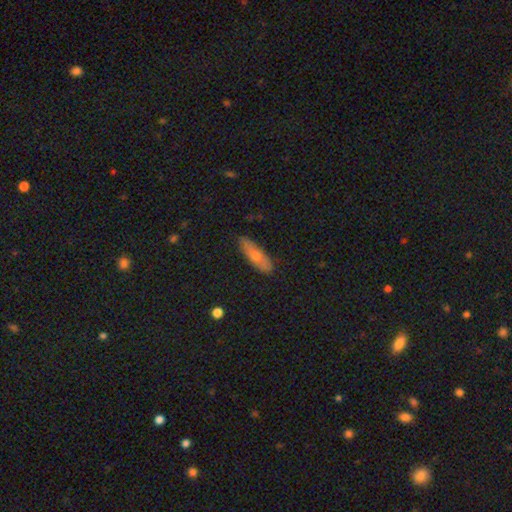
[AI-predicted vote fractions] This is likely a smooth galaxy (61%). How rounded: likely cigar-shaped (63%). Merging: clearly none (85%).